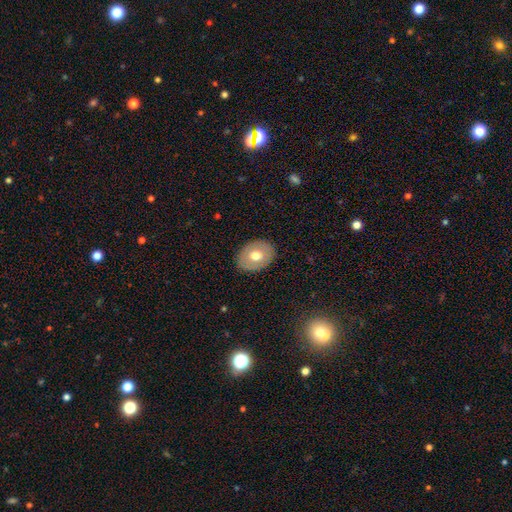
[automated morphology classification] Smooth or featured: smooth — 65% (featured or disk — 28%)
How rounded: in between — 65% (round — 34%)
Merging: none — 88% (minor disturbance — 8%)